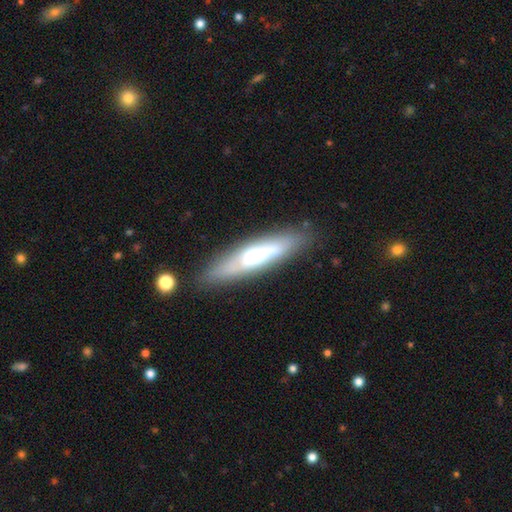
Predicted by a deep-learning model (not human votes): Morphology: type=featured or disk (55%); edge-on=yes (65%); merging=none (79%).